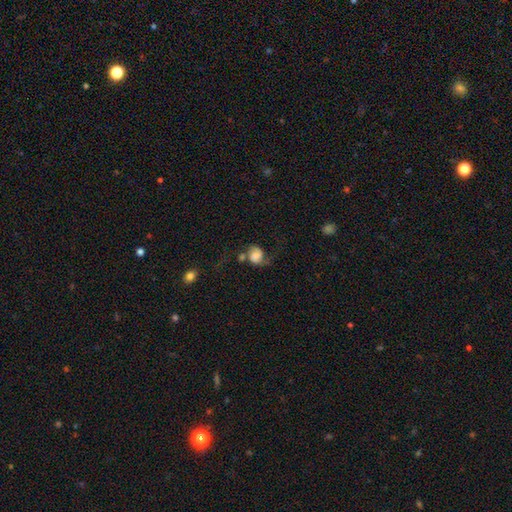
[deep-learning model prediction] Morphology: type=smooth (53%); roundness=round (63%); merging=none (38%).